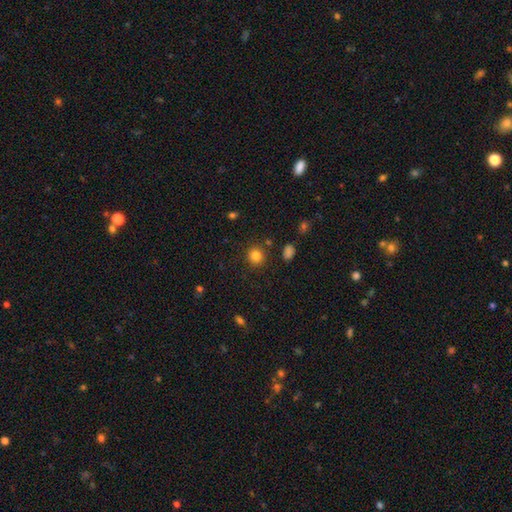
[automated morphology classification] Smooth or featured: smooth — 83% (star or artifact — 12%)
How rounded: round — 89% (in between — 10%)
Merging: none — 87% (minor disturbance — 7%)